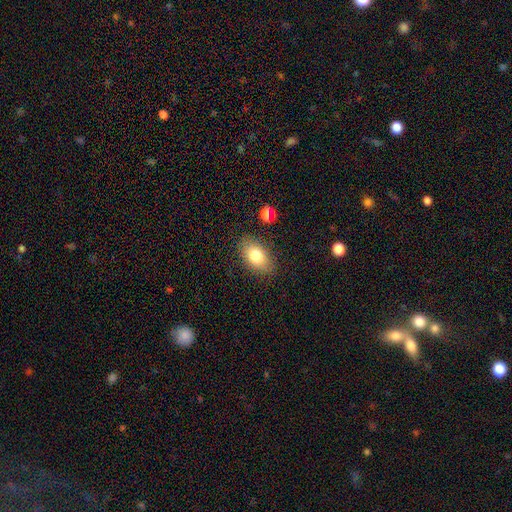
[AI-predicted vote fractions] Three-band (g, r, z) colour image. It shows a smooth galaxy with no disk features (79%) that is in between round and cigar-shaped (90%). Merging: none (83%).